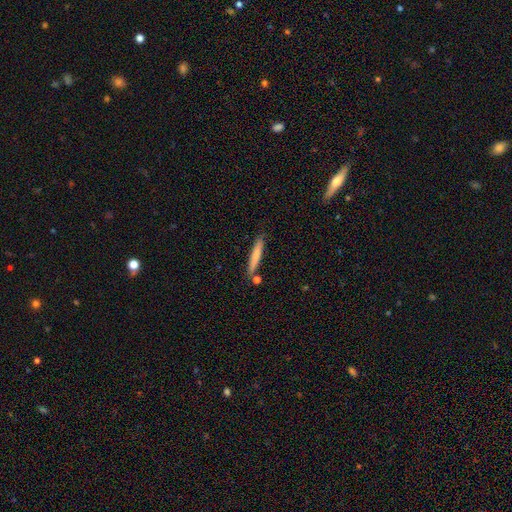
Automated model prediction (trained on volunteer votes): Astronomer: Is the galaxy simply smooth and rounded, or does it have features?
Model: smooth — 75%.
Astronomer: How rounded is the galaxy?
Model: cigar-shaped — 94%.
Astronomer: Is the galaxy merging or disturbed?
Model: none — 82%.